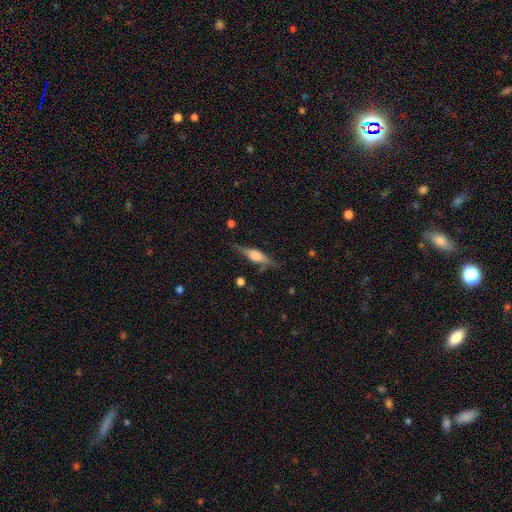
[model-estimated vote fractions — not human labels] featured or disk 63%, smooth 29%, star or artifact 8%. Down the decision tree: edge-on disk — yes (96%); edge-on bulge — rounded (70%); merging — none (79%).